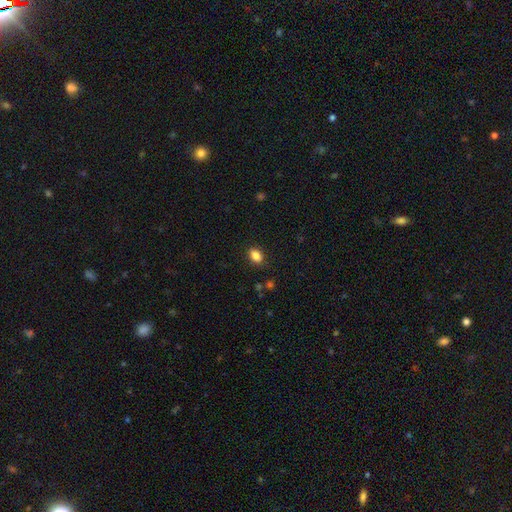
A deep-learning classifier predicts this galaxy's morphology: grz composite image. It shows a smooth galaxy with no disk features (86%) that is in between round and cigar-shaped (79%). Merging: none (87%).